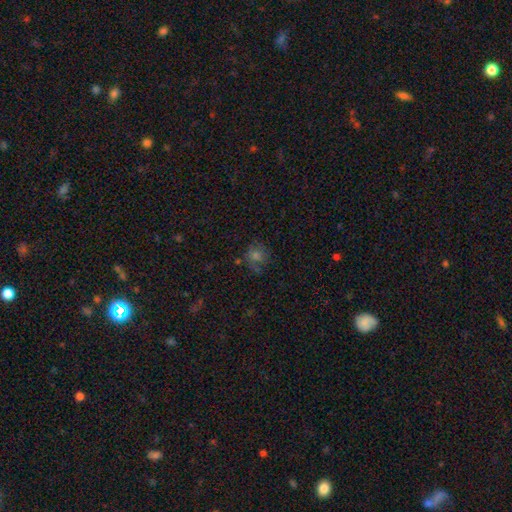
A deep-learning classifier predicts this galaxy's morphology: smooth 56%, star or artifact 26%, featured or disk 18%. Down the decision tree: how rounded — round (81%); merging — none (68%).